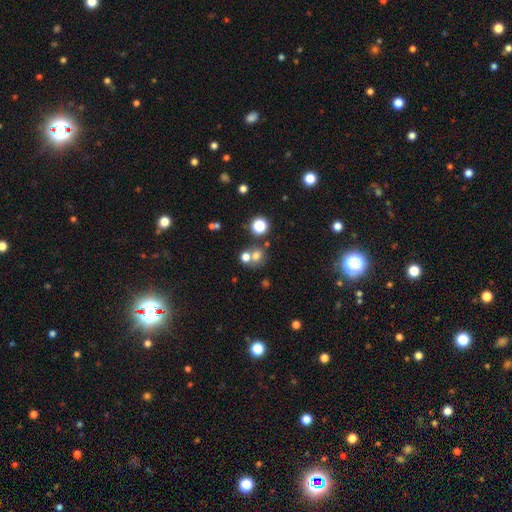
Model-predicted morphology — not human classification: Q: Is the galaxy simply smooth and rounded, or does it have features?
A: smooth — 66%.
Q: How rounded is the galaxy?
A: round — 79%.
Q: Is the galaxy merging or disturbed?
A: none — 52%.